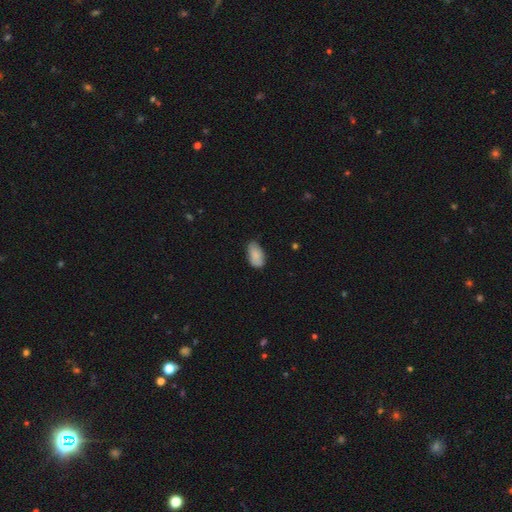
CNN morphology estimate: A smooth galaxy with no disk features (84%) that is in between round and cigar-shaped (94%). Merging: none (68%).